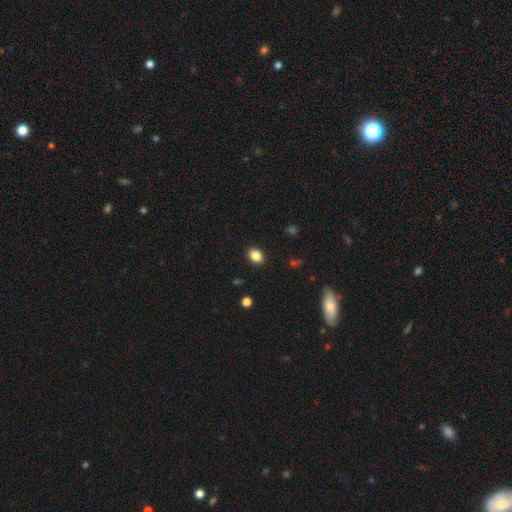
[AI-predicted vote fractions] Overall: smooth (85%). How rounded: in between (68%; round 31%). Merging: none (89%).